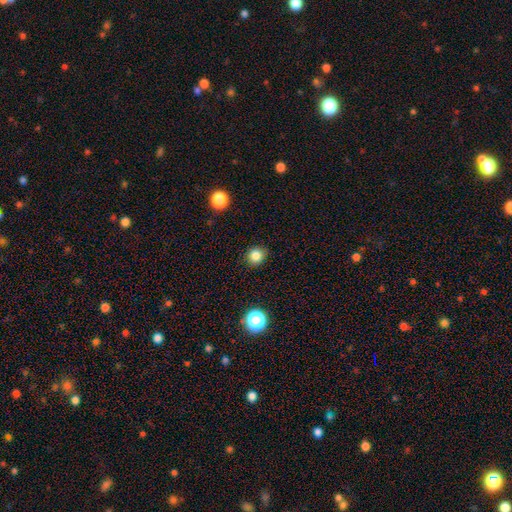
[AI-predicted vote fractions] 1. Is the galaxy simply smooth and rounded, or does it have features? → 83% smooth, 12% star or artifact, 4% featured or disk.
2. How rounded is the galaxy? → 86% round, 13% in between, 1% cigar-shaped.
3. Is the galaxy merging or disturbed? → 89% none, 8% minor disturbance, 2% major disturbance, 1% merger.